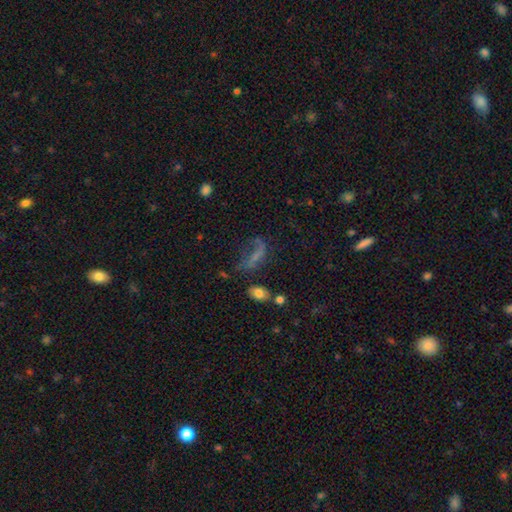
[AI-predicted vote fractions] smooth 44%, featured or disk 34%, star or artifact 22%. Down the decision tree: merging — major disturbance (39%).